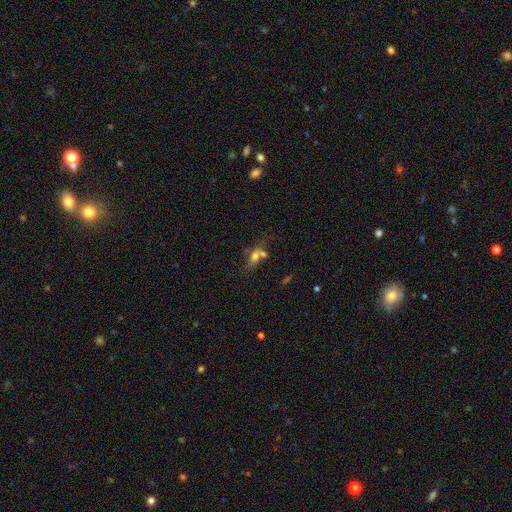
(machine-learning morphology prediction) Smooth or featured? Predicted: smooth (p=0.57). How rounded? Predicted: in between (p=0.65). Merging? Predicted: merger (p=0.46).